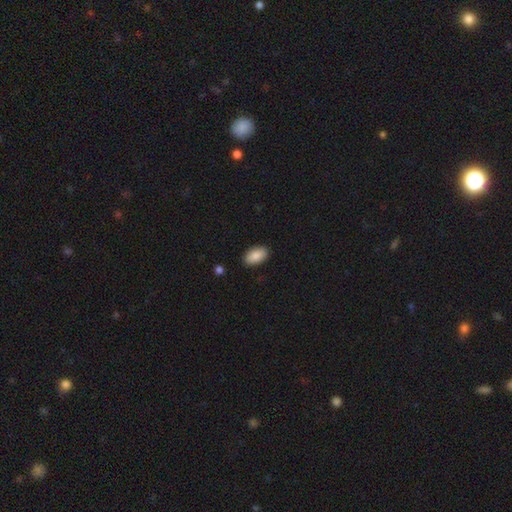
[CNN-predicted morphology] Q: Smooth or featured?
A: smooth (86%); runner-up: featured or disk (7%)
Q: How rounded?
A: in between (94%); runner-up: round (4%)
Q: Merging?
A: none (88%); runner-up: minor disturbance (9%)